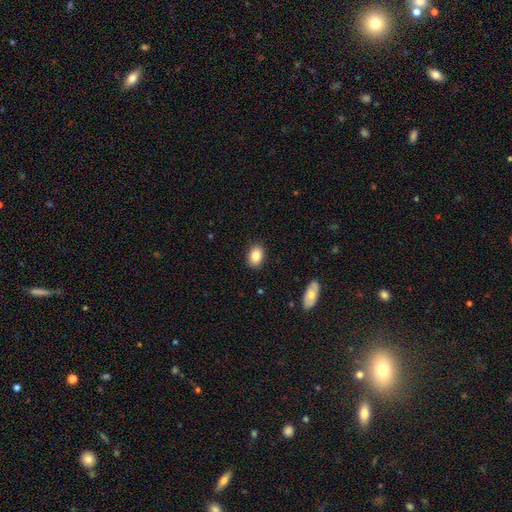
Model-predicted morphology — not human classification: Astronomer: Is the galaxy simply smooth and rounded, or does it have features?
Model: smooth — 85%.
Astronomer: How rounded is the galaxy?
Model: in between — 81%.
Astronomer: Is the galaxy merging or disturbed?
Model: none — 88%.